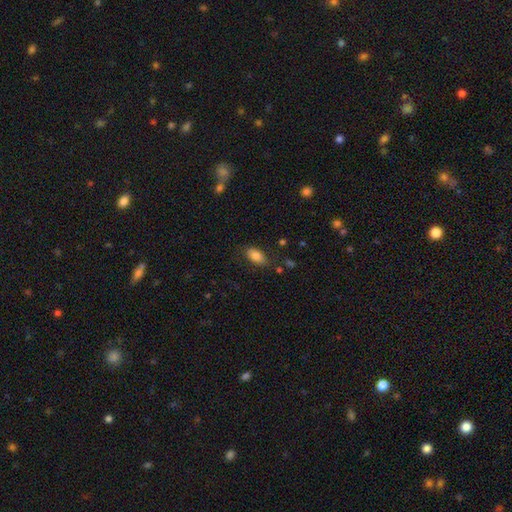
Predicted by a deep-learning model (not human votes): Smooth or featured? smooth (82%)
How rounded? in between (91%)
Merging? none (78%)